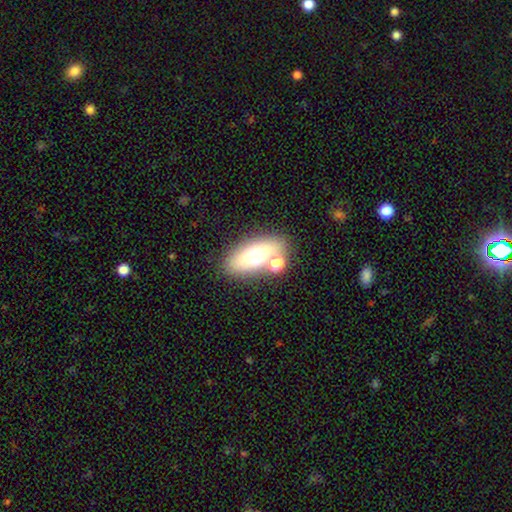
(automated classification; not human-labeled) A smooth galaxy with no disk features (60%) that is in between round and cigar-shaped (75%). Merging: none (66%).